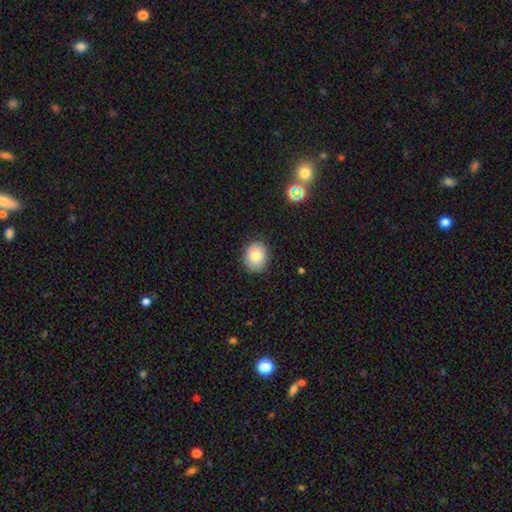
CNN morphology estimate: smooth-or-featured: smooth: 82% | featured or disk: 9% | star or artifact: 9%
  how-rounded: round: 67% | in between: 33% | cigar-shaped: 1%
  merging: none: 86% | minor disturbance: 11% | major disturbance: 2% | merger: 1%